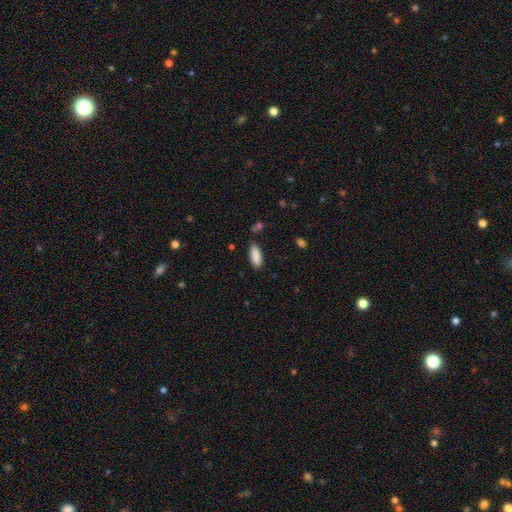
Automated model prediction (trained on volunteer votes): Morphology: type=smooth (89%); roundness=in between (75%); merging=none (85%).